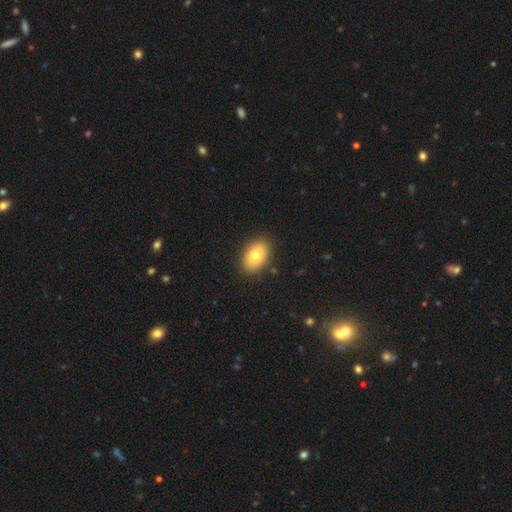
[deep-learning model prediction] Morphology: type=smooth (77%); roundness=in between (86%); merging=none (88%).